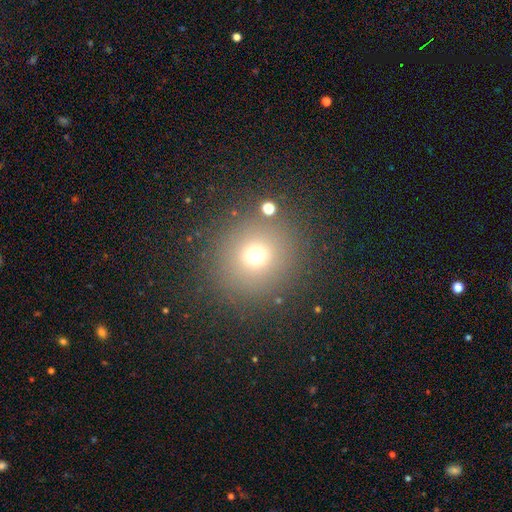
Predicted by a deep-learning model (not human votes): Morphology: type=smooth (69%); roundness=round (92%); merging=none (85%).